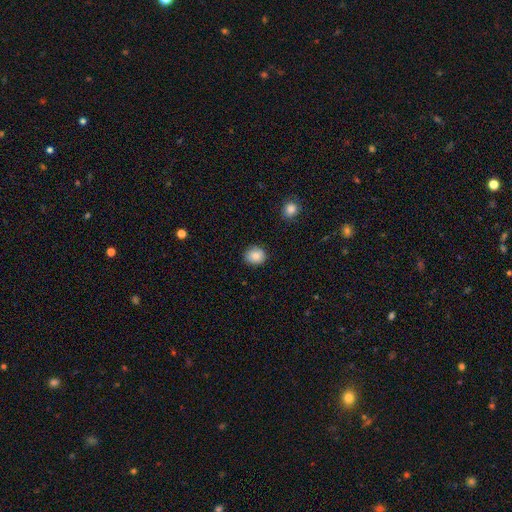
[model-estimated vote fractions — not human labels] Q: Smooth or featured?
A: smooth (86%); runner-up: star or artifact (9%)
Q: How rounded?
A: round (75%); runner-up: in between (24%)
Q: Merging?
A: none (88%); runner-up: minor disturbance (9%)